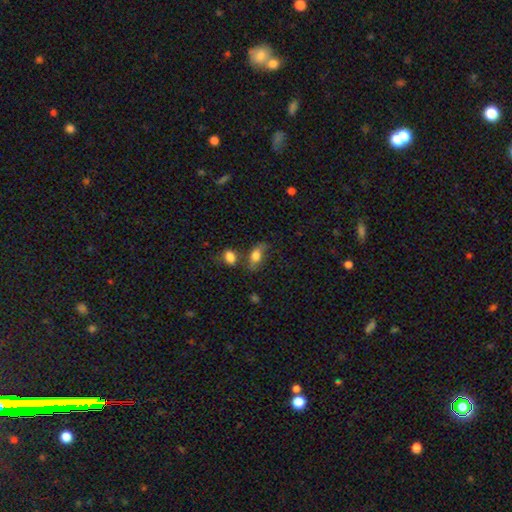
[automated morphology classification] A smooth galaxy with no disk features (74%) that is in between round and cigar-shaped (85%).

Vote fractions:
- Smooth or featured? smooth: 74% / featured or disk: 17% / star or artifact: 8%
- How rounded? in between: 85% / round: 9% / cigar-shaped: 6%
- Merging? none: 51% / minor disturbance: 24% / merger: 15% / major disturbance: 10%